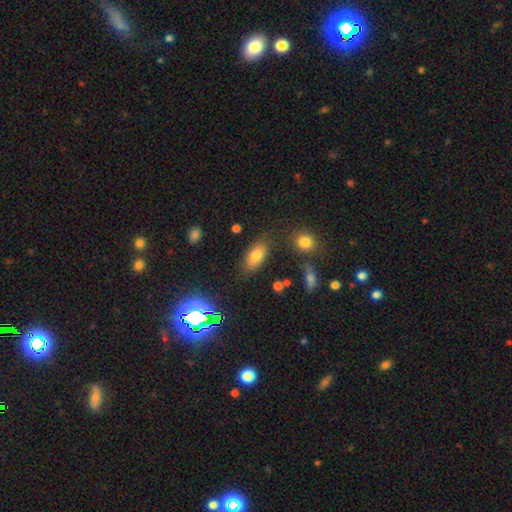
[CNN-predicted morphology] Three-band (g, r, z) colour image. It shows a smooth galaxy with no disk features (75%) that is in between round and cigar-shaped (87%). Merging: none (80%).